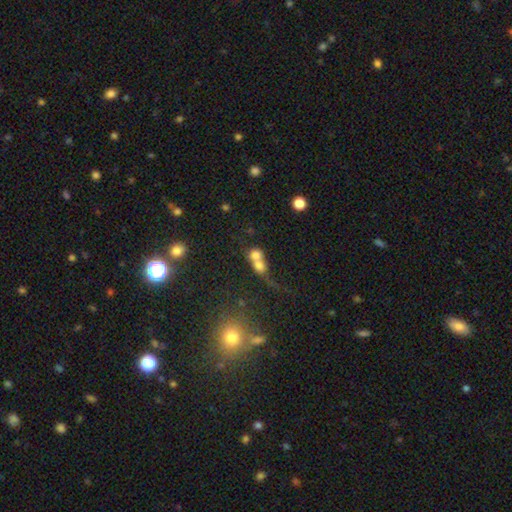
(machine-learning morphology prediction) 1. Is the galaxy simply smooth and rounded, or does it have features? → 68% smooth, 19% featured or disk, 13% star or artifact.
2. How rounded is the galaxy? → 70% round, 28% in between, 2% cigar-shaped.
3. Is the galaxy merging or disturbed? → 74% merger, 16% none, 5% major disturbance, 5% minor disturbance.